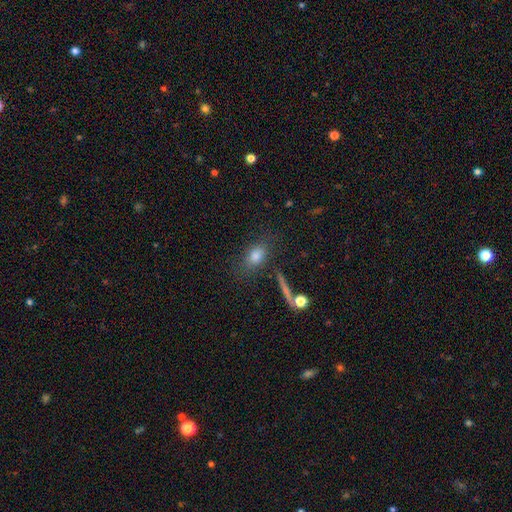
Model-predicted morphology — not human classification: The model was most divided on "how rounded": in between: 71%, round: 22%, cigar-shaped: 7%. More confident: smooth or featured — smooth (76%); merging — none (72%).